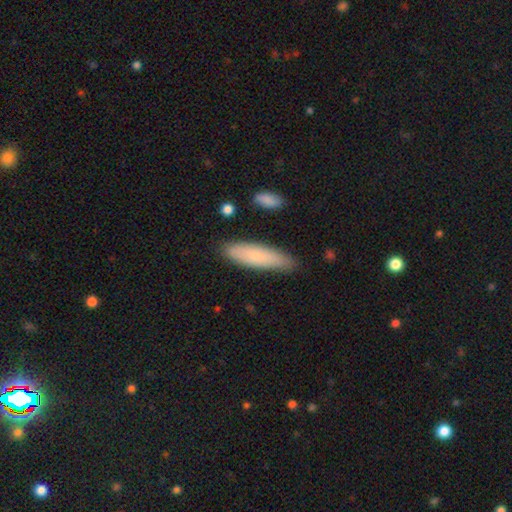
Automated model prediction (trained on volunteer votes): Smooth or featured? smooth (80%)
How rounded? cigar-shaped (66%)
Merging? none (83%)